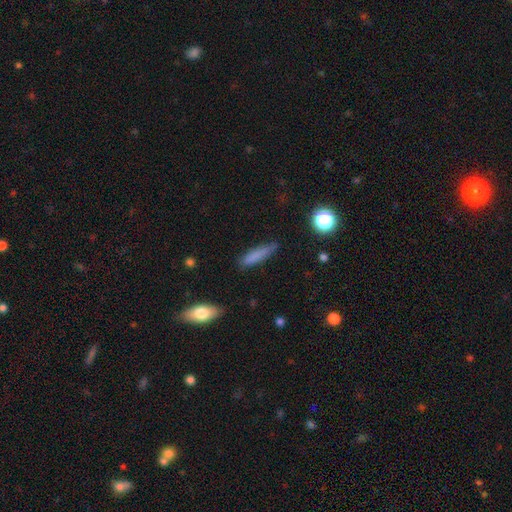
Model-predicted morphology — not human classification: A smooth galaxy with no disk features (79%) that is cigar-shaped (81%).

Vote fractions:
- Smooth or featured? smooth: 79% / featured or disk: 13% / star or artifact: 8%
- How rounded? cigar-shaped: 81% / in between: 17% / round: 2%
- Merging? none: 76% / minor disturbance: 18% / major disturbance: 4% / merger: 2%